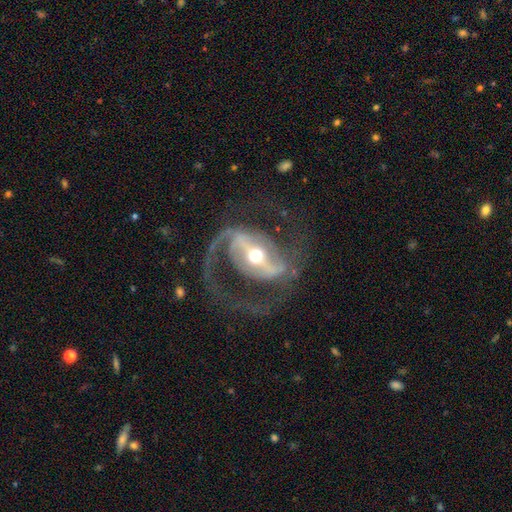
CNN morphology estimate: A featured or disk galaxy (88%) with a strong bar (70%), 2 (77%) medium (47%) spiral arms (89%) and a moderate central bulge (72%). Merging: none (61%).